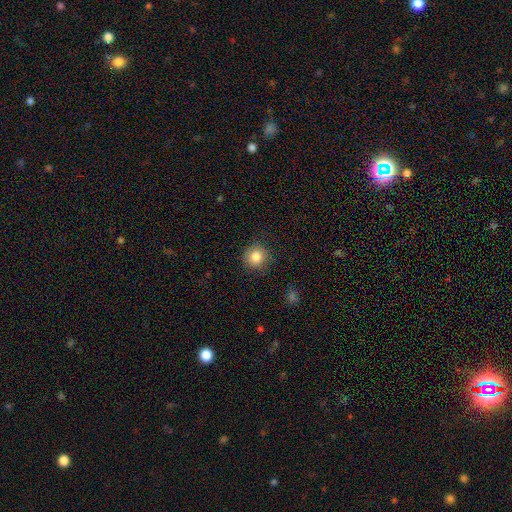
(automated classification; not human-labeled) smooth 84%, star or artifact 10%, featured or disk 6%. Down the decision tree: how rounded — round (92%); merging — none (85%).